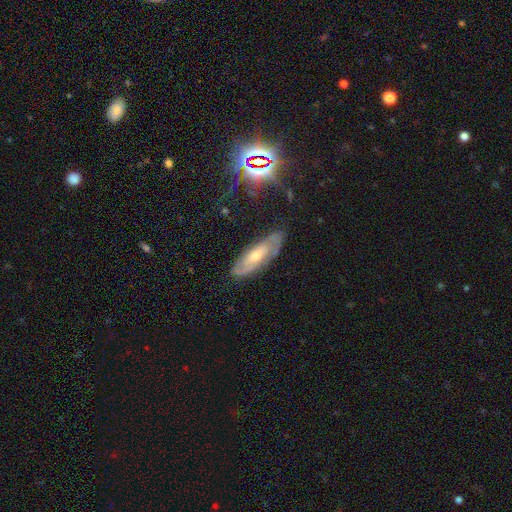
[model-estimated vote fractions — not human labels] smooth_or_featured: featured or disk (p=0.70) [alt: smooth p=0.20]
disk_edge_on: no (p=0.81) [alt: yes p=0.19]
bar: no (p=0.55) [alt: weak p=0.34]
has_spiral_arms: yes (p=0.85) [alt: no p=0.15]
bulge_size: moderate (p=0.48) [alt: small p=0.45]
merging: none (p=0.75) [alt: minor disturbance p=0.18]